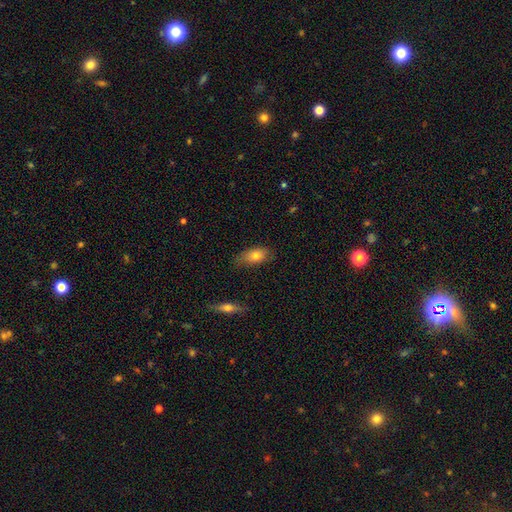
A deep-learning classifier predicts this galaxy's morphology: smooth-or-featured: smooth: 77% | featured or disk: 15% | star or artifact: 8%
  how-rounded: in between: 85% | cigar-shaped: 10% | round: 6%
  merging: none: 74% | minor disturbance: 20% | major disturbance: 4% | merger: 2%